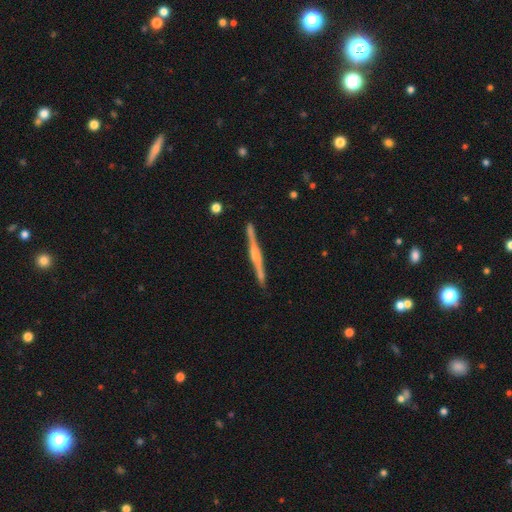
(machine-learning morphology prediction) smooth-or-featured: featured or disk: 79% | smooth: 15% | star or artifact: 5%
  disk-edge-on: yes: 98% | no: 2%
    edge-on-bulge: rounded: 69% | boxy: 19% | none: 12%
  merging: none: 89% | minor disturbance: 8% | merger: 2% | major disturbance: 2%